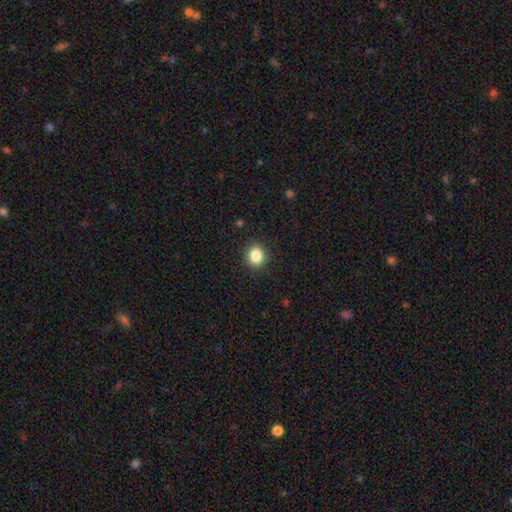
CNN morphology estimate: Smooth or featured: smooth — 85% (star or artifact — 10%)
How rounded: round — 72% (in between — 27%)
Merging: none — 90% (minor disturbance — 7%)